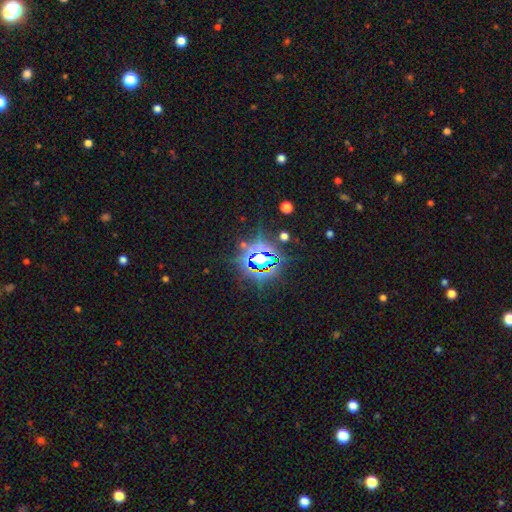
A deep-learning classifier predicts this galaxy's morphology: Smooth or featured?
  - star or artifact: 81% *
  - smooth: 11%
  - featured or disk: 8%